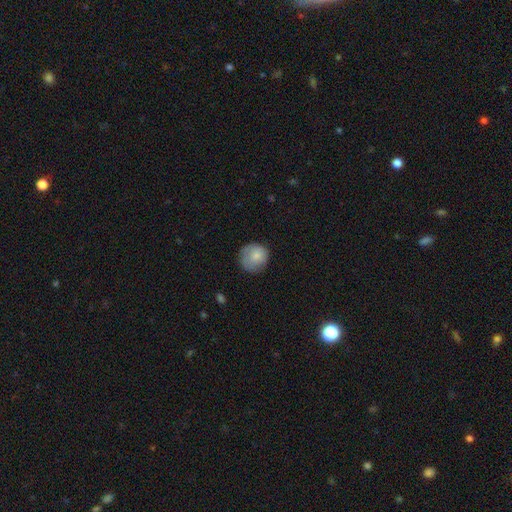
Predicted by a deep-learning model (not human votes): smooth_or_featured: smooth (p=0.79) [alt: featured or disk p=0.13]
how_rounded: round (p=0.88) [alt: in between p=0.11]
merging: none (p=0.71) [alt: minor disturbance p=0.21]